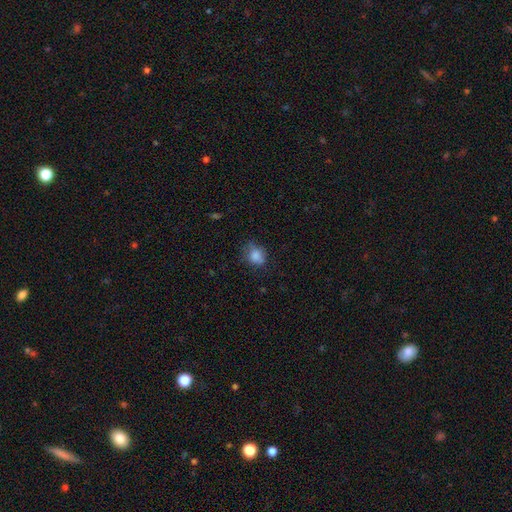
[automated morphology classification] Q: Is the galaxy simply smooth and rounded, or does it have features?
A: smooth — 82%.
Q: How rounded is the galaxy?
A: round — 52%.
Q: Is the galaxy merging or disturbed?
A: none — 58%.